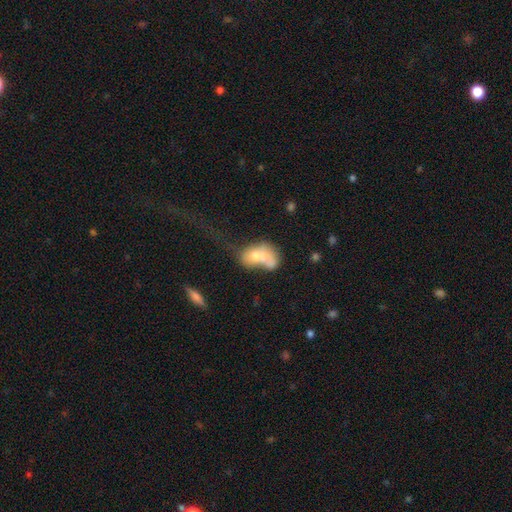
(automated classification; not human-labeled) Smooth or featured: smooth — 58% (featured or disk — 32%)
How rounded: in between — 75% (round — 23%)
Merging: merger — 55% (major disturbance — 20%)